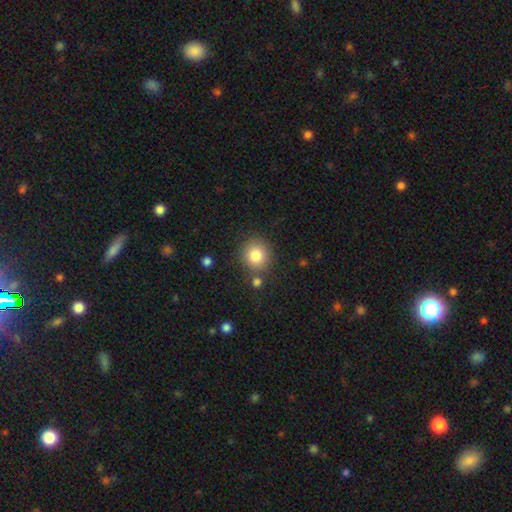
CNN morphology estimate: This appears to be a smooth galaxy with no disk features (82%) that is round (88%). Merging: none (80%).